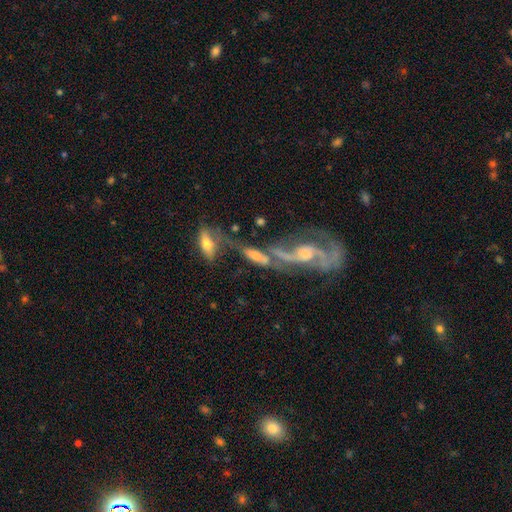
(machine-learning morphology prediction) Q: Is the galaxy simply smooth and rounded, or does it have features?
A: featured or disk — 47%.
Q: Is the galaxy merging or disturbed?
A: merger — 61%.